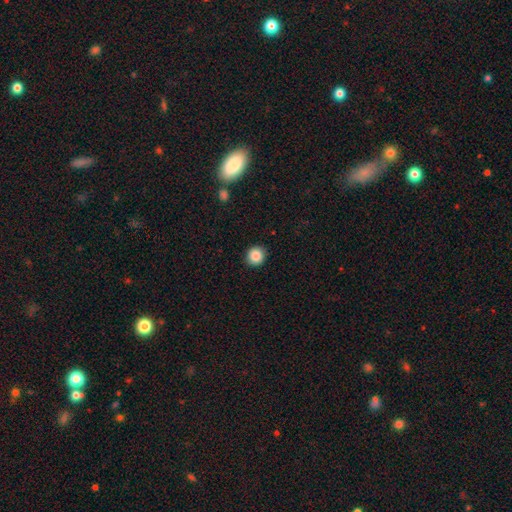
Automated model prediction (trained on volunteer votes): Overall: smooth (87%). How rounded: round (89%). Merging: none (91%).